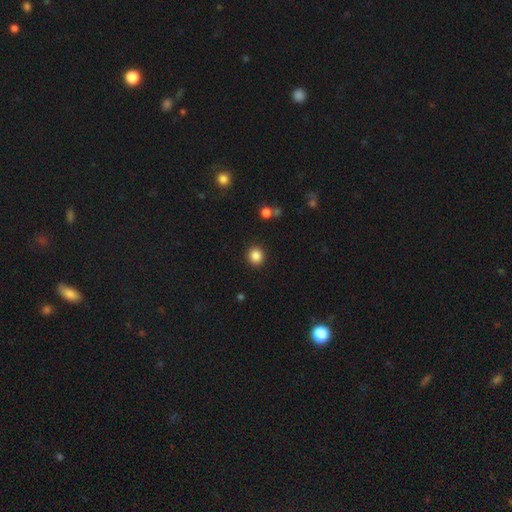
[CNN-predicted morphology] This is clearly a smooth galaxy (86%). How rounded: clearly round (89%). Merging: clearly none (91%).